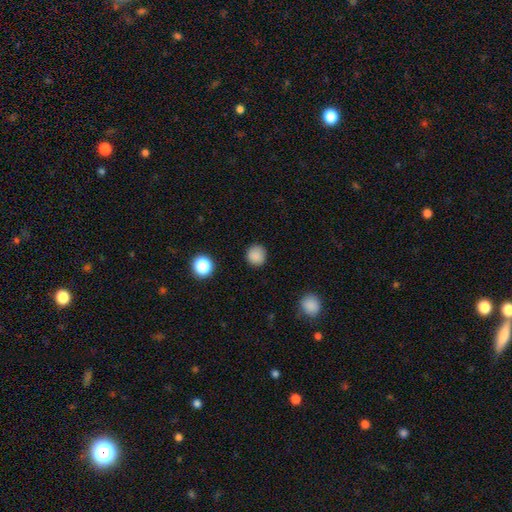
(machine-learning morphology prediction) Smooth or featured?
  - smooth: 86% *
  - star or artifact: 11%
  - featured or disk: 3%
How rounded?
  - round: 92% *
  - in between: 7%
  - cigar-shaped: 1%
Merging?
  - none: 89% *
  - minor disturbance: 7%
  - major disturbance: 2%
  - merger: 1%